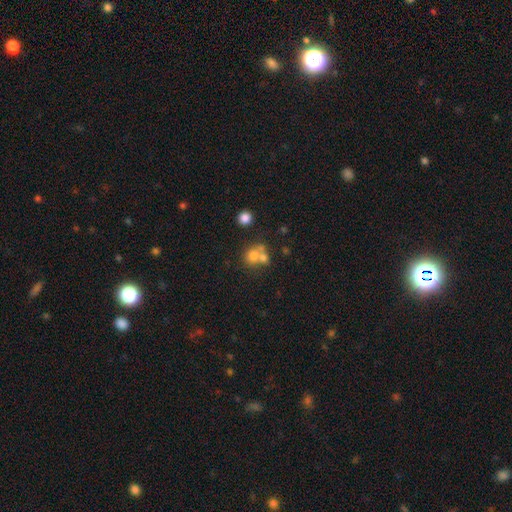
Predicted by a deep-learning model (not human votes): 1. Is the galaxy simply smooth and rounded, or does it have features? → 70% smooth, 16% featured or disk, 14% star or artifact.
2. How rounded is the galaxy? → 77% round, 22% in between, 1% cigar-shaped.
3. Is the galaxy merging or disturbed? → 51% merger, 37% none, 7% minor disturbance, 4% major disturbance.